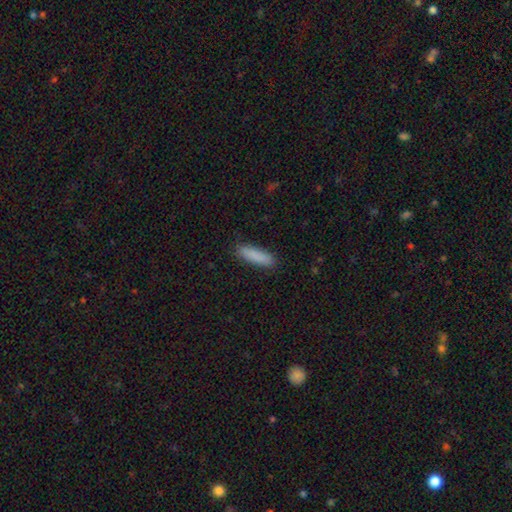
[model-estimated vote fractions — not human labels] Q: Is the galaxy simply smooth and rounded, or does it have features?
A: smooth — 88%.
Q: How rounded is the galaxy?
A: cigar-shaped — 67%.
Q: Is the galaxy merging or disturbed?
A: none — 88%.